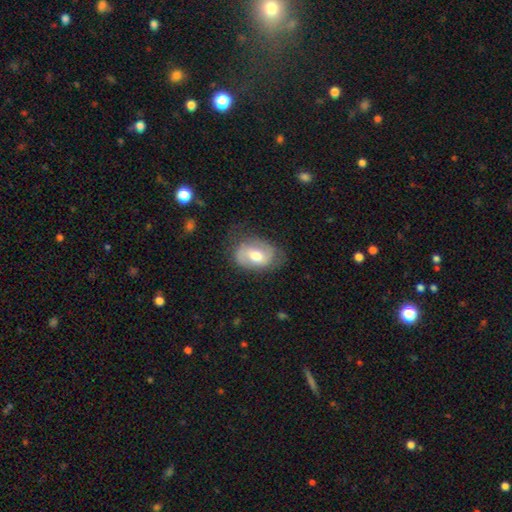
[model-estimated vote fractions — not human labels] featured or disk 55%, smooth 38%, star or artifact 7%. Down the decision tree: edge-on disk — no (95%); bar — weak (45%); spiral arms — yes (78%); bulge size — moderate (65%); merging — none (65%).